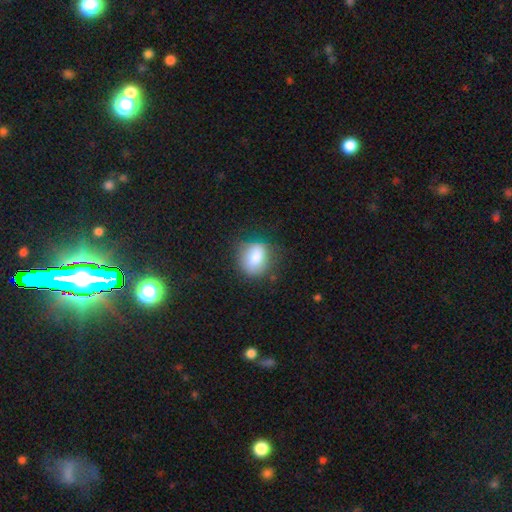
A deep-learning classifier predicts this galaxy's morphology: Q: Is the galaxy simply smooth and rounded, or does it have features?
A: smooth — 80%.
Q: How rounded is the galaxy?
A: in between — 50%.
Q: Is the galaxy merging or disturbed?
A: none — 67%.